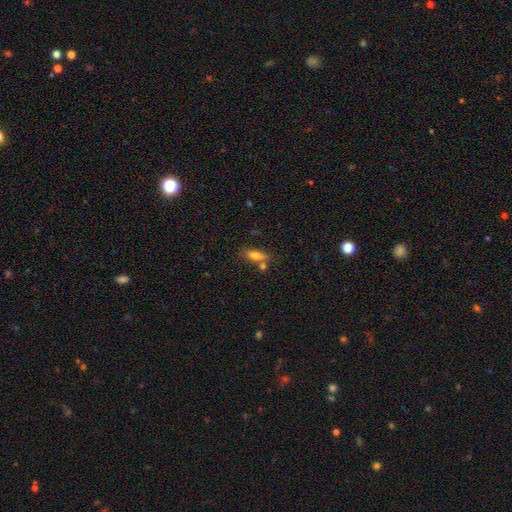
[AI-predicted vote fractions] Morphology: type=smooth (71%); roundness=in between (67%); merging=none (59%).